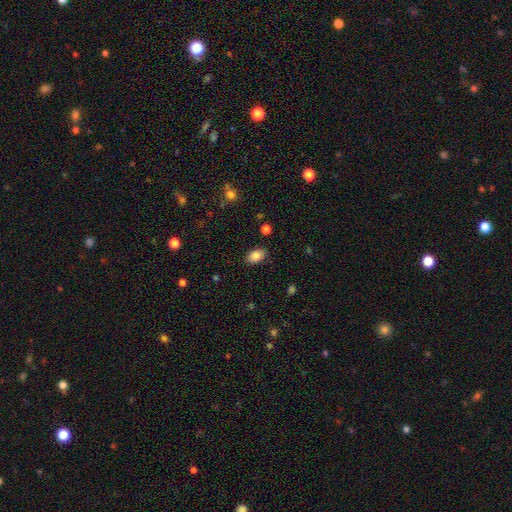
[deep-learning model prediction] A smooth galaxy with no disk features (86%) that is in between round and cigar-shaped (89%). Merging: none (86%).